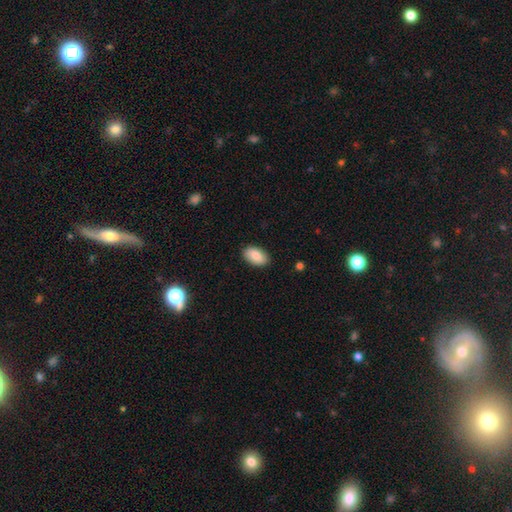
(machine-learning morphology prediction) Smooth or featured?
  - smooth: 83% *
  - featured or disk: 10%
  - star or artifact: 7%
How rounded?
  - in between: 93% *
  - round: 5%
  - cigar-shaped: 2%
Merging?
  - none: 88% *
  - minor disturbance: 9%
  - major disturbance: 2%
  - merger: 1%